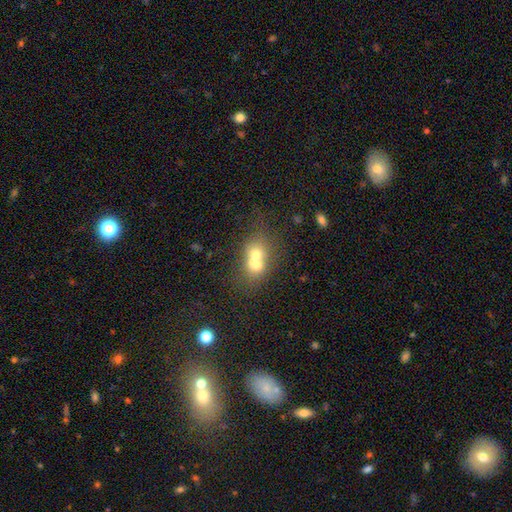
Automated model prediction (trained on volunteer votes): smooth-or-featured: smooth: 61% | featured or disk: 27% | star or artifact: 12%
  how-rounded: round: 59% | in between: 40% | cigar-shaped: 2%
  merging: merger: 69% | none: 22% | minor disturbance: 6% | major disturbance: 4%